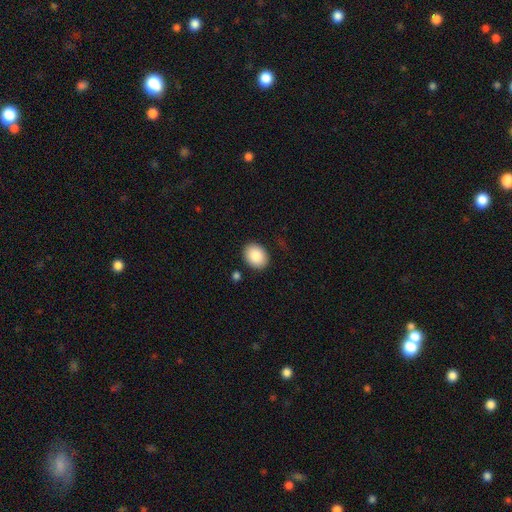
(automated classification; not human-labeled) Morphology: type=smooth (88%); roundness=in between (64%); merging=none (86%).